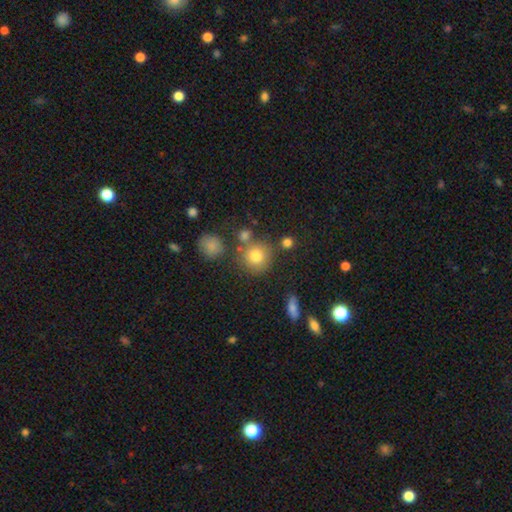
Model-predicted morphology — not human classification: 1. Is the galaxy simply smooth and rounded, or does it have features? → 78% smooth, 13% star or artifact, 9% featured or disk.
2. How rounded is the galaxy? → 89% round, 10% in between, 1% cigar-shaped.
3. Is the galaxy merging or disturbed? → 71% none, 13% merger, 11% minor disturbance, 5% major disturbance.